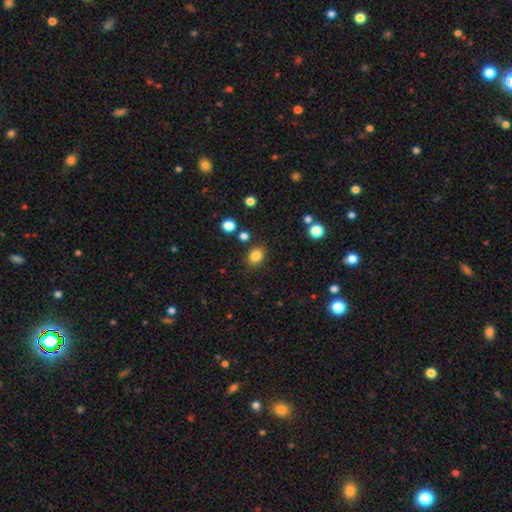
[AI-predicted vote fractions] smooth-or-featured: smooth: 83% | star or artifact: 11% | featured or disk: 5%
  how-rounded: in between: 56% | round: 43% | cigar-shaped: 1%
  merging: none: 84% | minor disturbance: 10% | merger: 3% | major disturbance: 3%